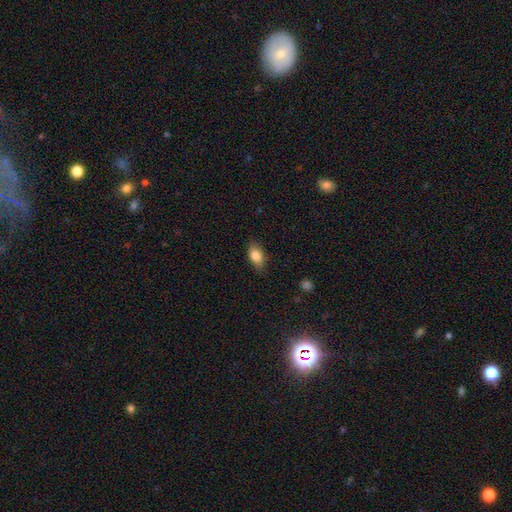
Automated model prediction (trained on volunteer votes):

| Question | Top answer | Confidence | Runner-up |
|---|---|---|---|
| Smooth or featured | smooth | 83% | featured or disk (9%) |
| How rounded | in between | 87% | round (9%) |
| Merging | none | 82% | minor disturbance (14%) |